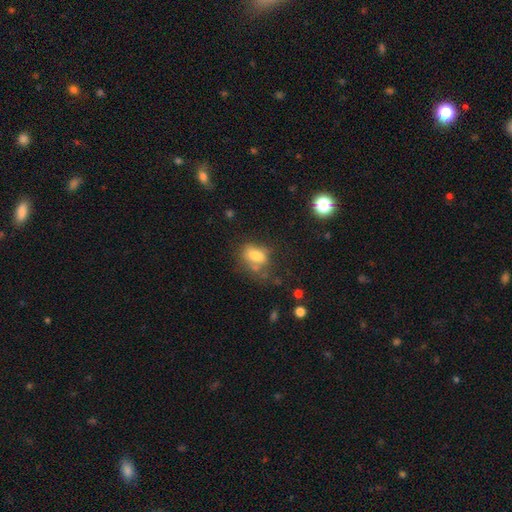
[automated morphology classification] smooth_or_featured: smooth (p=0.73) [alt: featured or disk p=0.16]
how_rounded: in between (p=0.77) [alt: round p=0.21]
merging: none (p=0.45) [alt: minor disturbance p=0.26]